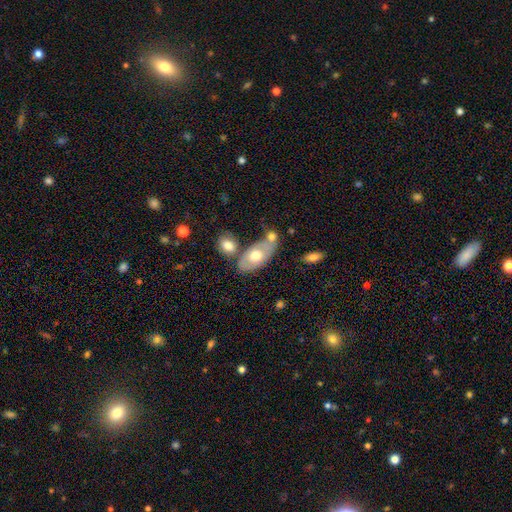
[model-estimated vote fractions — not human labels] A smooth galaxy with no disk features (58%) that is in between round and cigar-shaped (90%). Merging: none (48%).